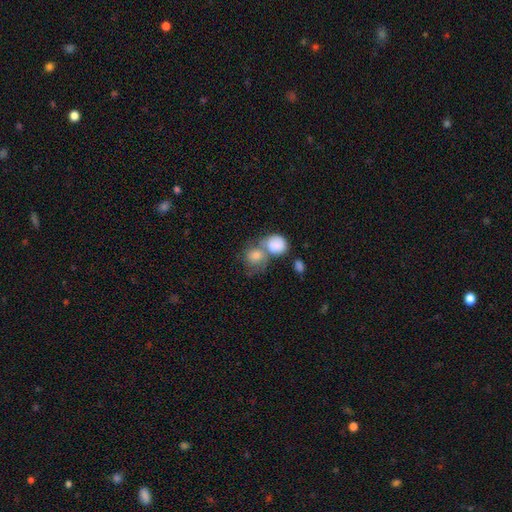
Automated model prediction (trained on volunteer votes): This appears to be a smooth galaxy with no disk features (76%) that is round (73%). Merging: merger (58%).